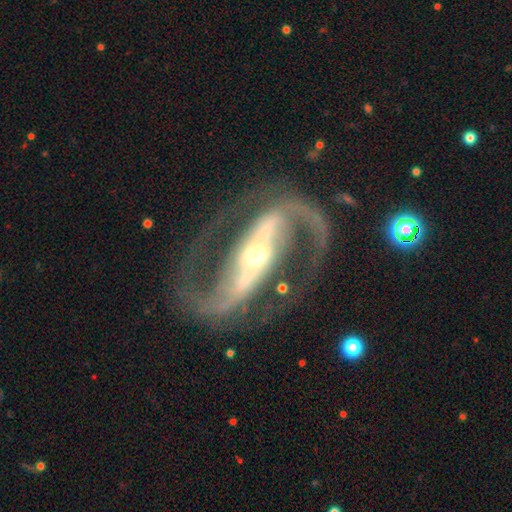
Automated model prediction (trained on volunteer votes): This appears to be a featured or disk galaxy (93%) with a strong bar (74%), 2 (94%) medium (61%) spiral arms (98%) and a moderate central bulge (46%). Merging: none (81%).